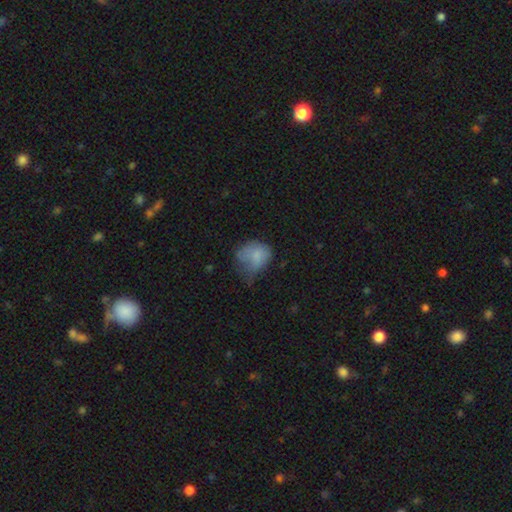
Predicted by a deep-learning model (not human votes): smooth 73%, featured or disk 17%, star or artifact 9%. Down the decision tree: how rounded — round (51%); merging — minor disturbance (38%).